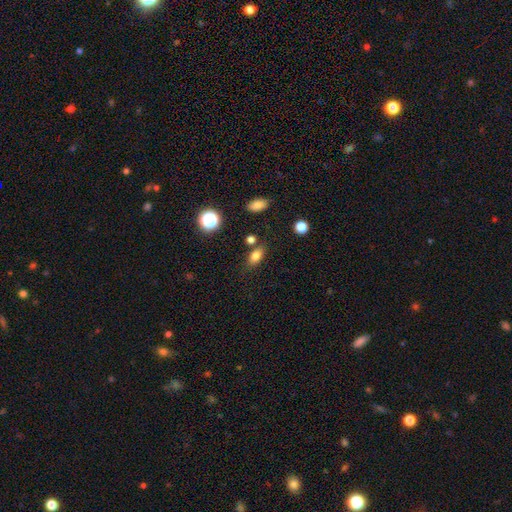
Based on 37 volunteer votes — This appears to be a smooth galaxy with no disk features (86%) that is in between round and cigar-shaped (81%). Merging: none (74%).